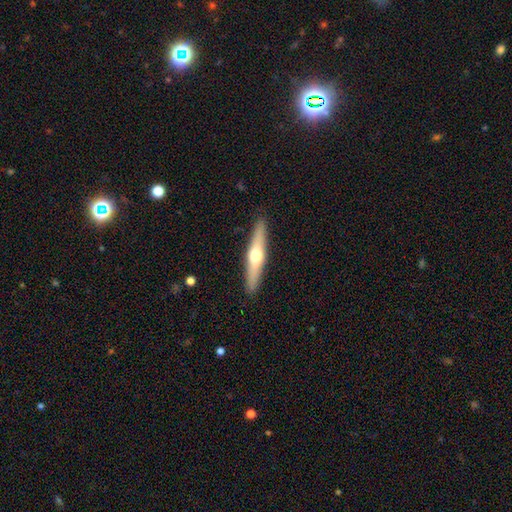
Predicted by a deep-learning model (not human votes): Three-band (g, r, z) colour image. It shows a featured or disk galaxy (56%) viewed edge-on (94%) with a rounded central bulge (93%). Merging: none (91%).